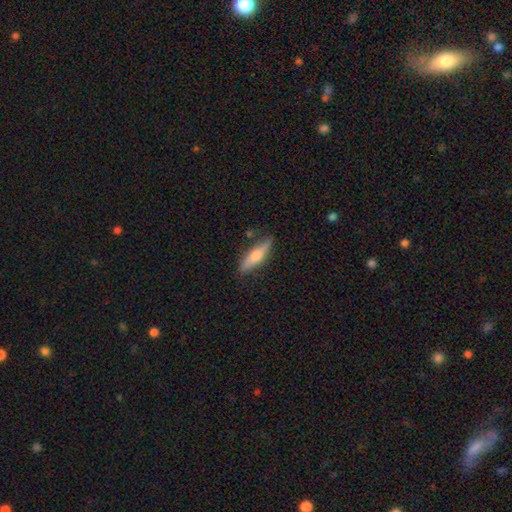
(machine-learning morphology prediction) This appears to be a smooth galaxy with no disk features (49%). Merging: none (83%).